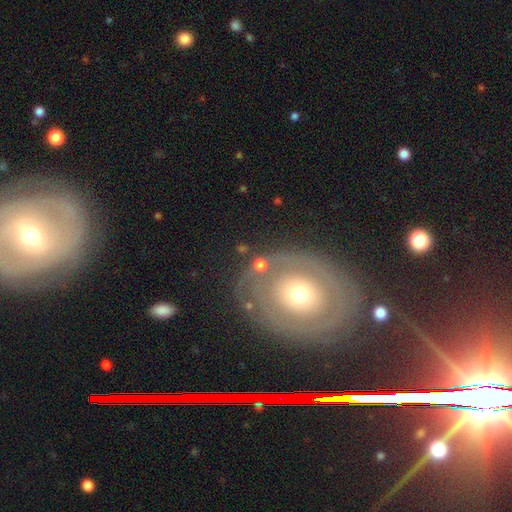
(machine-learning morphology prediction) type=featured or disk (56%); edge-on=no (93%); bar=no (73%); spiral arms=yes (61%); bulge=moderate (62%); merging=none (79%).